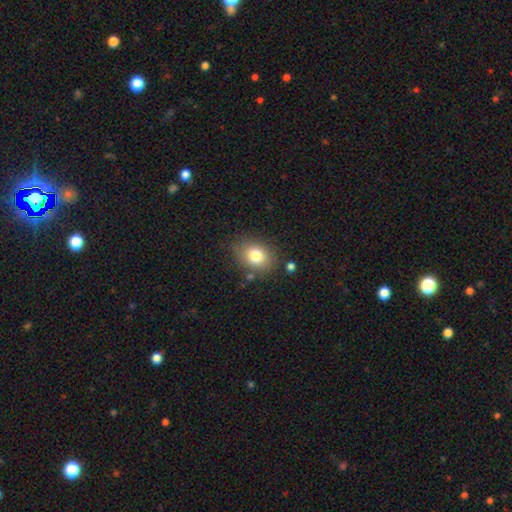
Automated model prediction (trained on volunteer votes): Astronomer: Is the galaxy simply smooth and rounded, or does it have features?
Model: smooth — 79%.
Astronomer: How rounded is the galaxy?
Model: in between — 50% (runner-up: round, 49%).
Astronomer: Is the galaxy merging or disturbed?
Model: none — 78%.